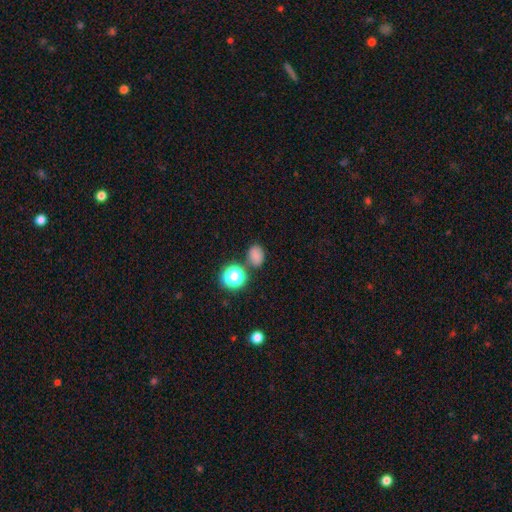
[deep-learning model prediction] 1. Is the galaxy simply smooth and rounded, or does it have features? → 77% smooth, 18% star or artifact, 5% featured or disk.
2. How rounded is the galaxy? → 66% in between, 33% round, 1% cigar-shaped.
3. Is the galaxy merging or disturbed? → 74% none, 13% minor disturbance, 9% merger, 4% major disturbance.